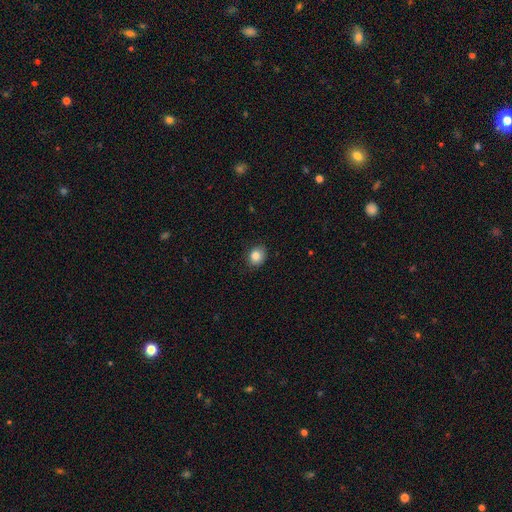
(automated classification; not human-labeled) Morphology: type=smooth (85%); roundness=round (58%); merging=none (82%).